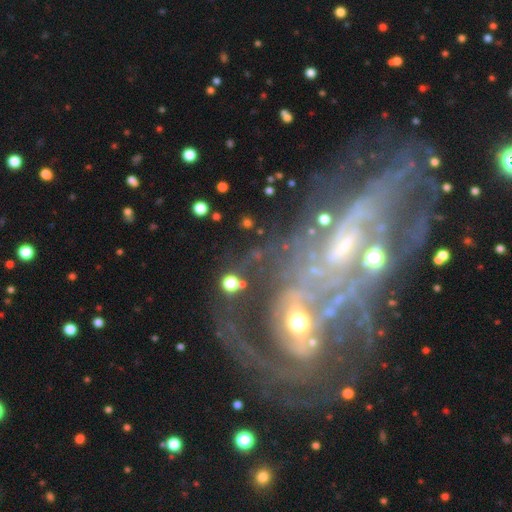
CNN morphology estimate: A featured or disk galaxy (77%) with no bar (60%), spiral arms (64%) and a small central bulge (45%). Merging: merger (35%).